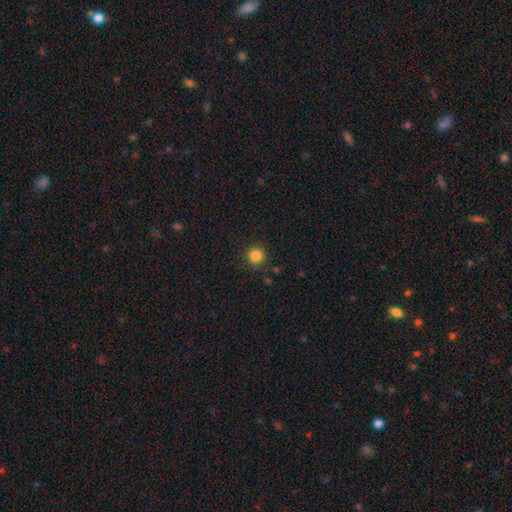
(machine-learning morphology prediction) This is clearly a smooth galaxy (84%). How rounded: clearly round (94%). Merging: clearly none (87%).